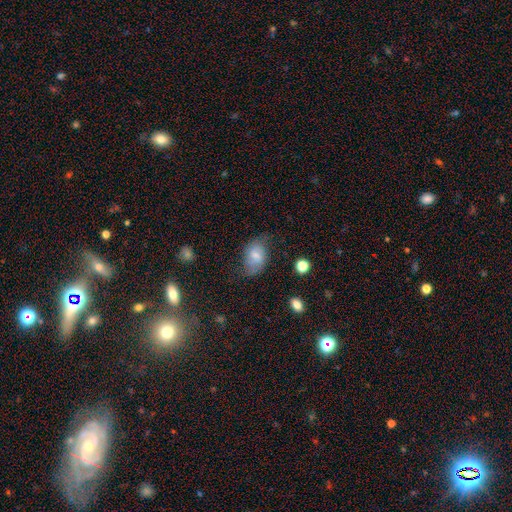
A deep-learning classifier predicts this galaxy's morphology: Smooth or featured? smooth (66%)
How rounded? in between (87%)
Merging? none (59%)